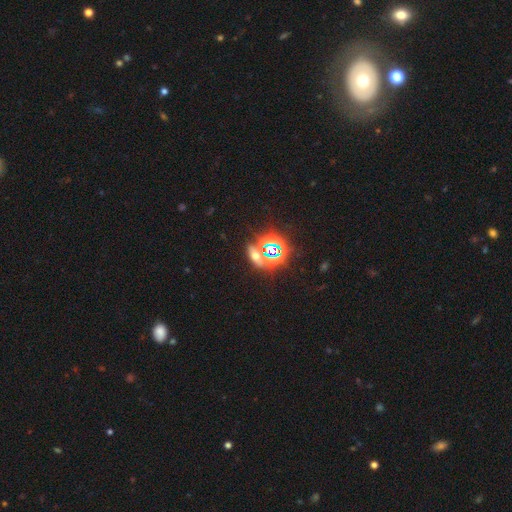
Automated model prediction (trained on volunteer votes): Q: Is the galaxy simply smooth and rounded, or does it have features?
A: star or artifact — 55%.